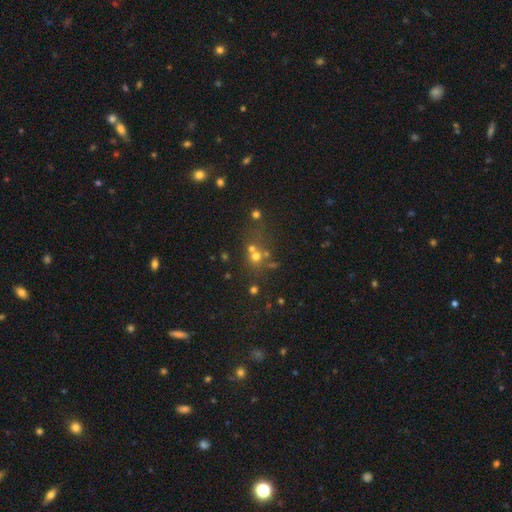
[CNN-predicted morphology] Smooth or featured? Predicted: smooth (p=0.55). How rounded? Predicted: round (p=0.82). Merging? Predicted: none (p=0.49).